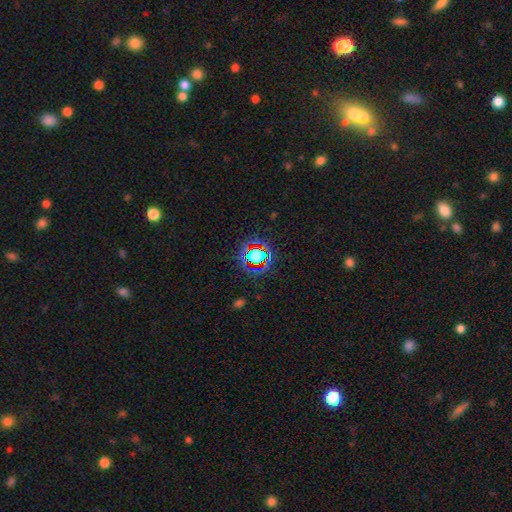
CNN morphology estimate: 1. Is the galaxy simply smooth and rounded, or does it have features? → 65% star or artifact, 23% smooth, 12% featured or disk.